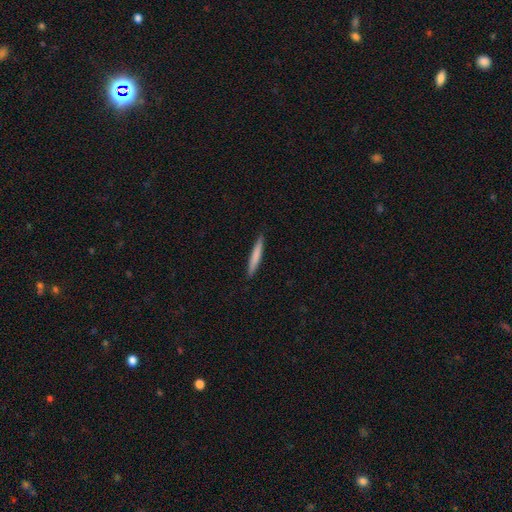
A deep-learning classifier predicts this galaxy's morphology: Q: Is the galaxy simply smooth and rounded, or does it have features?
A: smooth — 74%.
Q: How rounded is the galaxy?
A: cigar-shaped — 95%.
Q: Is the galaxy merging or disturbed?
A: none — 90%.